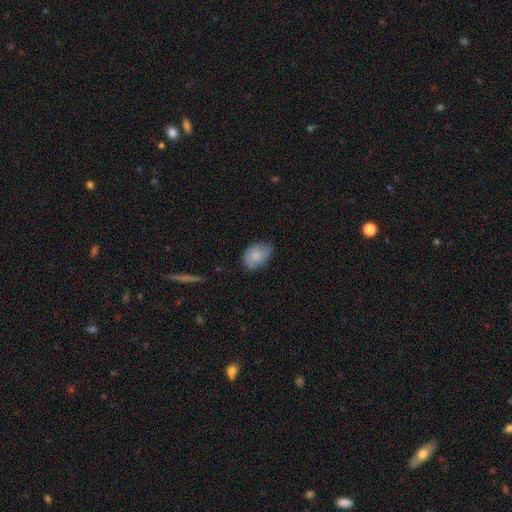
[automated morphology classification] Smooth or featured?
  - smooth: 79% *
  - featured or disk: 14%
  - star or artifact: 7%
How rounded?
  - in between: 78% *
  - round: 21%
  - cigar-shaped: 1%
Merging?
  - none: 61% *
  - minor disturbance: 31%
  - major disturbance: 6%
  - merger: 1%